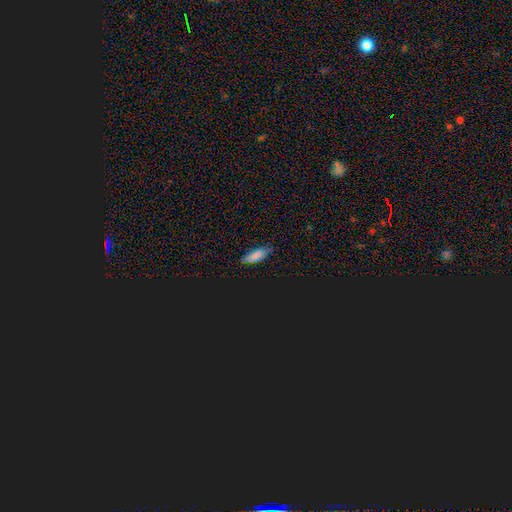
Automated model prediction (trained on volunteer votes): This is likely a smooth galaxy (74%). How rounded: likely in between (73%). Merging: likely none (76%).